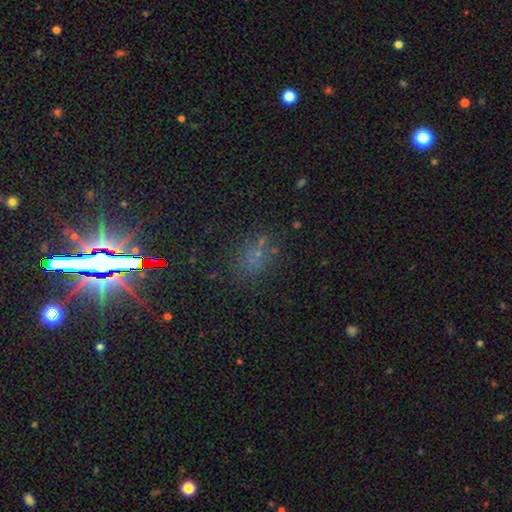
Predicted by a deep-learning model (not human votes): smooth_or_featured: smooth (p=0.45) [alt: star or artifact p=0.42]
merging: none (p=0.67) [alt: minor disturbance p=0.16]